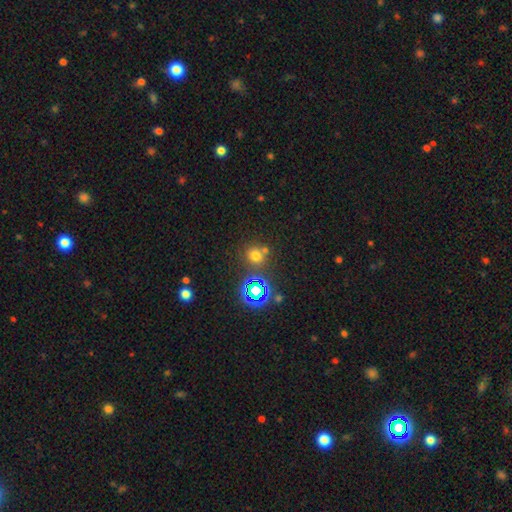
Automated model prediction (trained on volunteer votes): Smooth or featured? smooth (62%)
How rounded? round (85%)
Merging? none (68%)